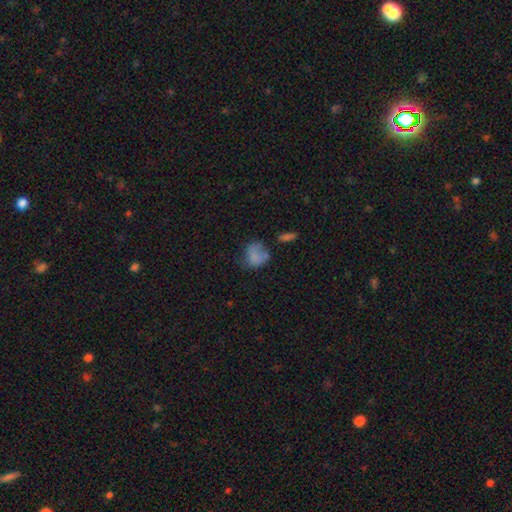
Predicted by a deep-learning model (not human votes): Morphology: type=smooth (72%); roundness=round (52%); merging=none (38%).